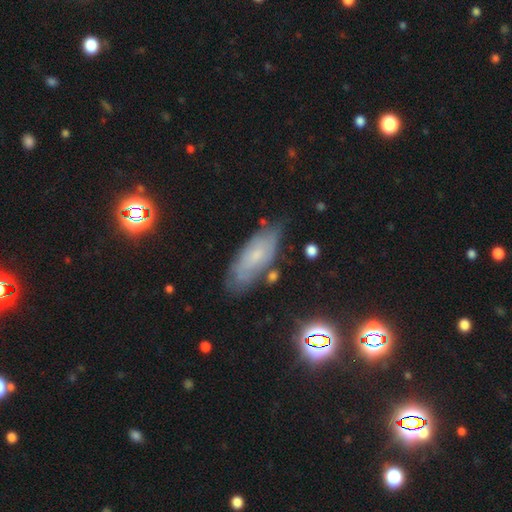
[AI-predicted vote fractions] A featured or disk galaxy (46%). Merging: none (70%).